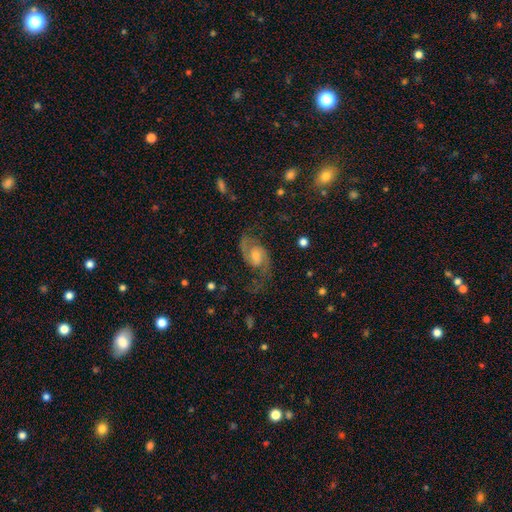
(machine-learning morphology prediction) type=featured or disk (84%); edge-on=no (97%); bar=no (52%); spiral arms=yes (96%); winding=medium (49%); arm count=2 (92%); bulge=moderate (53%); merging=none (70%).